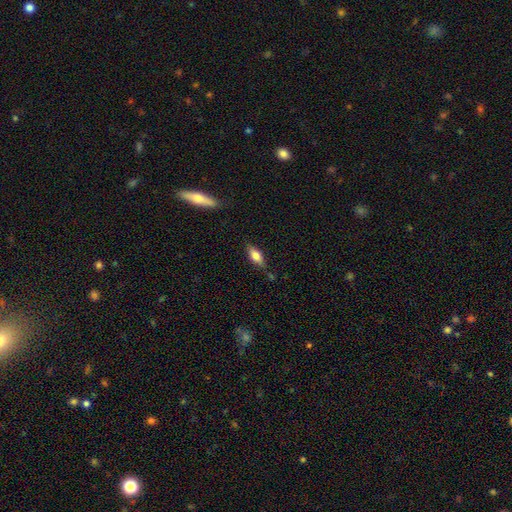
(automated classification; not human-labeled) Smooth or featured? Predicted: smooth (p=0.70). How rounded? Predicted: in between (p=0.75). Merging? Predicted: none (p=0.71).